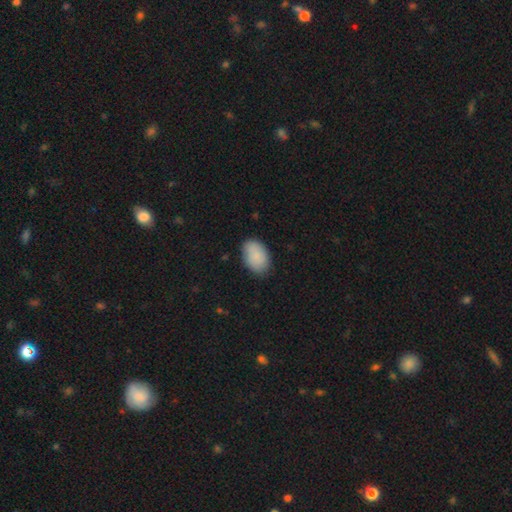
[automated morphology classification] Q: Smooth or featured?
A: smooth (86%); runner-up: featured or disk (7%)
Q: How rounded?
A: in between (88%); runner-up: round (11%)
Q: Merging?
A: none (81%); runner-up: minor disturbance (15%)